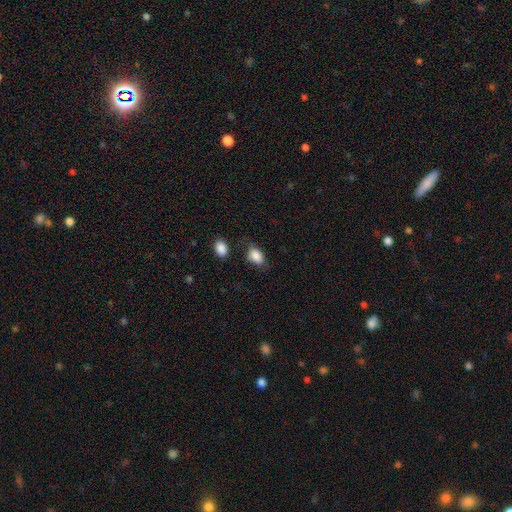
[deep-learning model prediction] The model was most divided on "merging": none: 61%, minor disturbance: 25%, major disturbance: 8%, merger: 6%. More confident: smooth or featured — smooth (86%); how rounded — in between (85%).